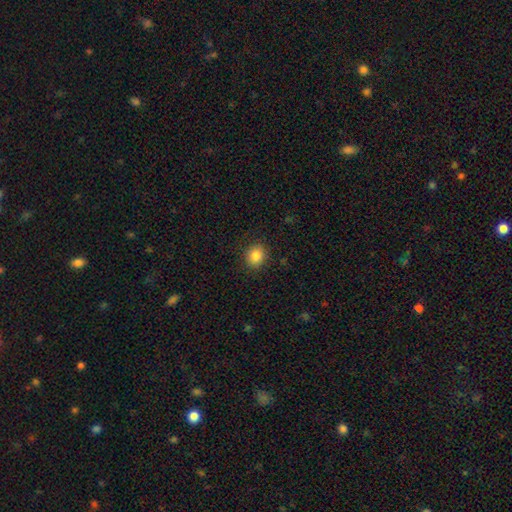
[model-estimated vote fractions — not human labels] Smooth or featured?
  - smooth: 85% *
  - star or artifact: 10%
  - featured or disk: 5%
How rounded?
  - round: 74% *
  - in between: 26%
  - cigar-shaped: 1%
Merging?
  - none: 89% *
  - minor disturbance: 7%
  - major disturbance: 2%
  - merger: 1%